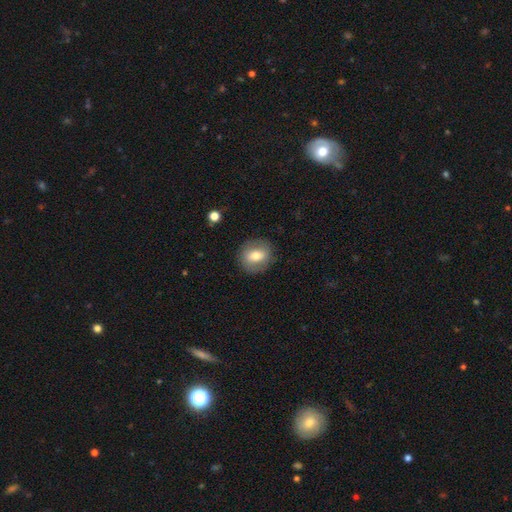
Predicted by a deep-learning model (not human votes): A smooth galaxy with no disk features (65%) that is round (68%). Merging: none (85%).